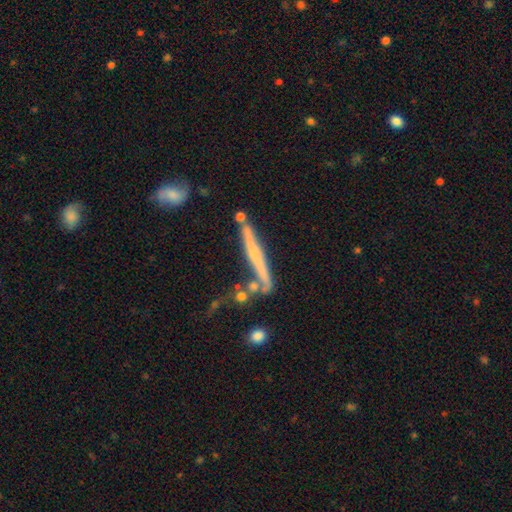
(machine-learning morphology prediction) Smooth or featured: featured or disk — 61% (smooth — 32%)
Edge-on disk: yes — 94% (no — 6%)
Edge-on bulge: none — 52% (rounded — 40%)
Merging: none — 72% (minor disturbance — 16%)